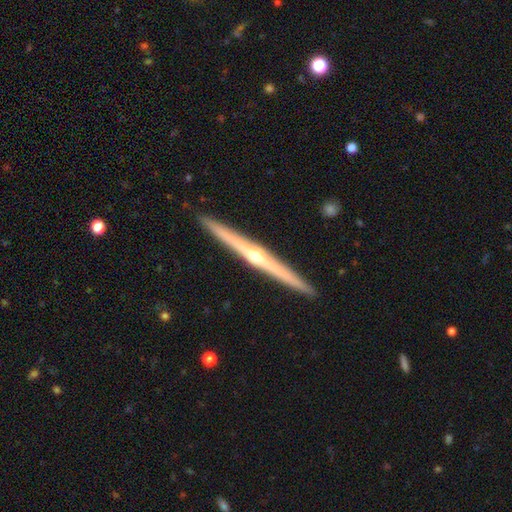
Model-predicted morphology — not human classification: This is clearly a featured or disk galaxy (82%). It is clearly viewed edge-on (99%). Edge-on bulge: clearly rounded (87%). Merging: clearly none (93%).